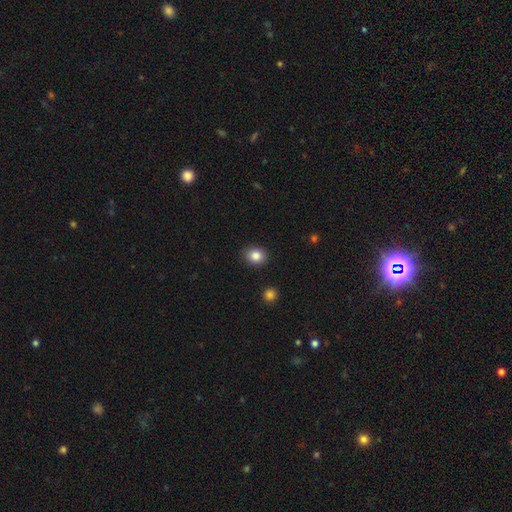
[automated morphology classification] smooth 86%, star or artifact 9%, featured or disk 5%. Down the decision tree: how rounded — round (63%); merging — none (89%).